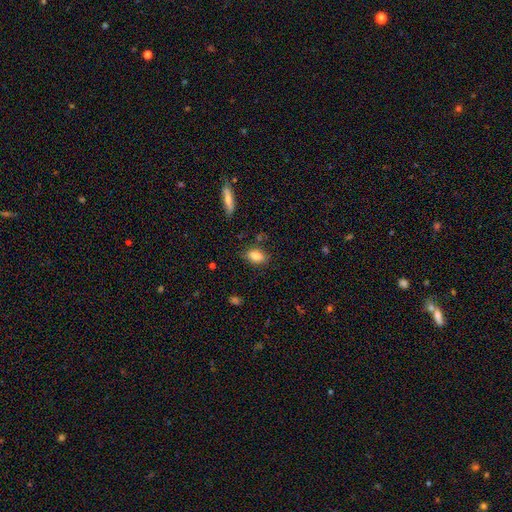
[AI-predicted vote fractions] Smooth or featured? smooth (84%)
How rounded? in between (87%)
Merging? none (80%)